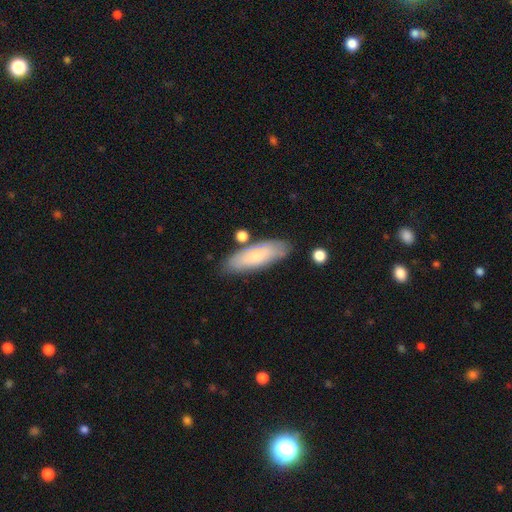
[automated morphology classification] Smooth or featured? Predicted: smooth (p=0.72). How rounded? Predicted: in between (p=0.55). Merging? Predicted: none (p=0.78).